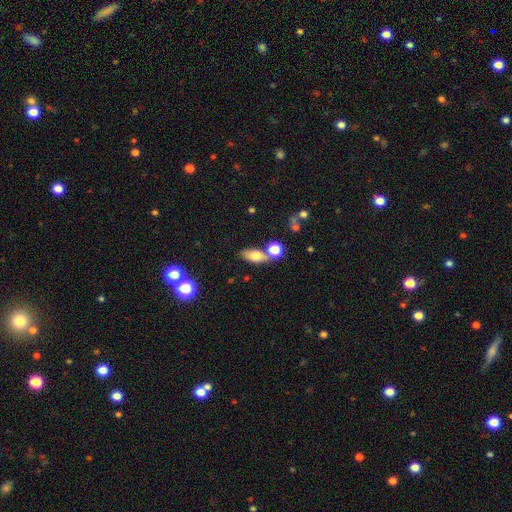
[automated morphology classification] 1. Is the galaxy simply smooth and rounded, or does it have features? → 71% smooth, 19% featured or disk, 10% star or artifact.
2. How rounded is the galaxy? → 78% in between, 14% cigar-shaped, 8% round.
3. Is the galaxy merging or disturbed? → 60% none, 22% merger, 14% minor disturbance, 5% major disturbance.